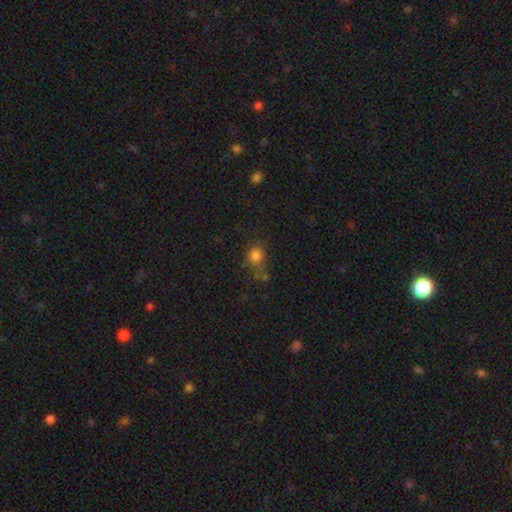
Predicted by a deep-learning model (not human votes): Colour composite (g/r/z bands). It shows a smooth galaxy with no disk features (78%) that is round (77%). Merging: none (60%).